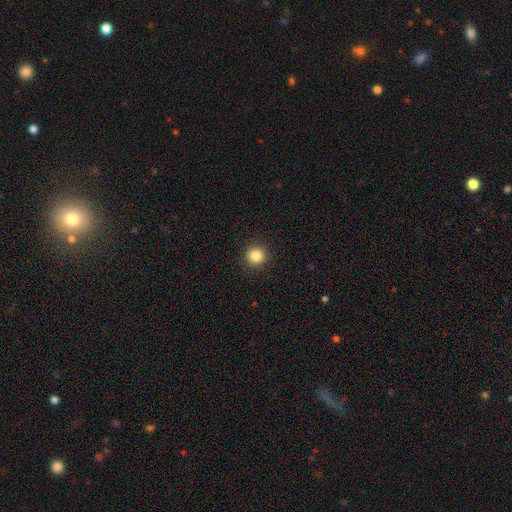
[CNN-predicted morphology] Smooth or featured: smooth — 85% (star or artifact — 11%)
How rounded: round — 94% (in between — 5%)
Merging: none — 92% (minor disturbance — 5%)